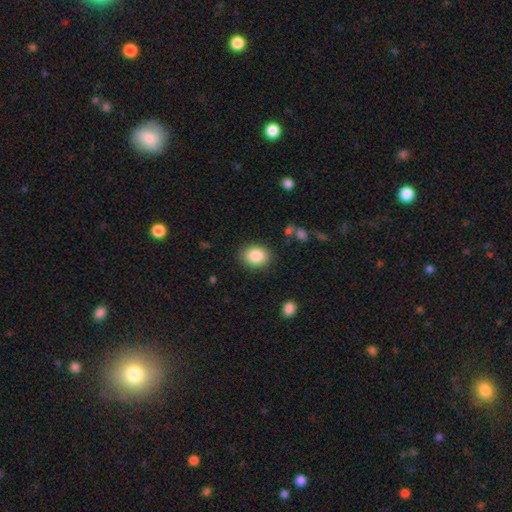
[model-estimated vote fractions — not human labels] A smooth galaxy with no disk features (87%) that is round (50%).

Vote fractions:
- Smooth or featured? smooth: 87% / star or artifact: 8% / featured or disk: 5%
- How rounded? round: 50% / in between: 49% / cigar-shaped: 1%
- Merging? none: 86% / minor disturbance: 9% / major disturbance: 3% / merger: 1%